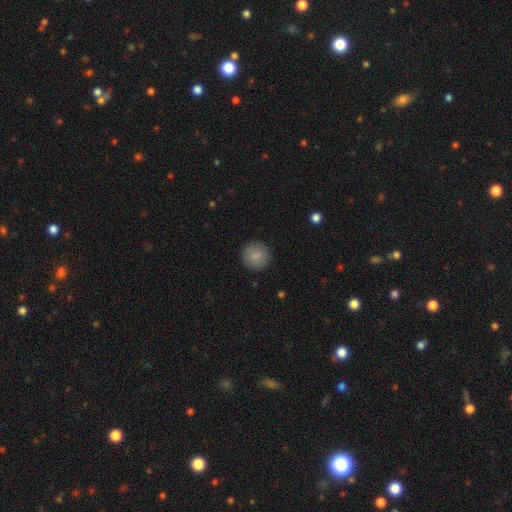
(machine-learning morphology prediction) This appears to be a smooth galaxy with no disk features (81%) that is round (94%). Merging: none (89%).